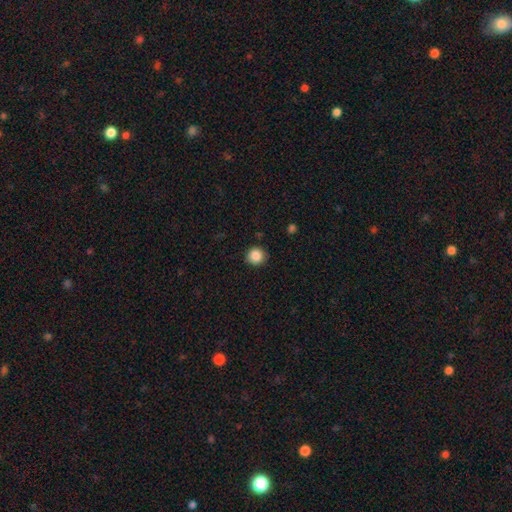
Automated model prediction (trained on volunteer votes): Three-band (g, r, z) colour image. It shows a smooth galaxy with no disk features (86%) that is round (92%). Merging: none (90%).